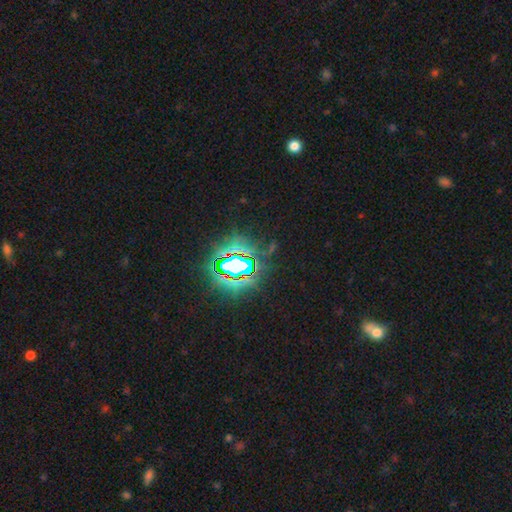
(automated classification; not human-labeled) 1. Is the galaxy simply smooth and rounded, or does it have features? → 82% star or artifact, 10% smooth, 8% featured or disk.